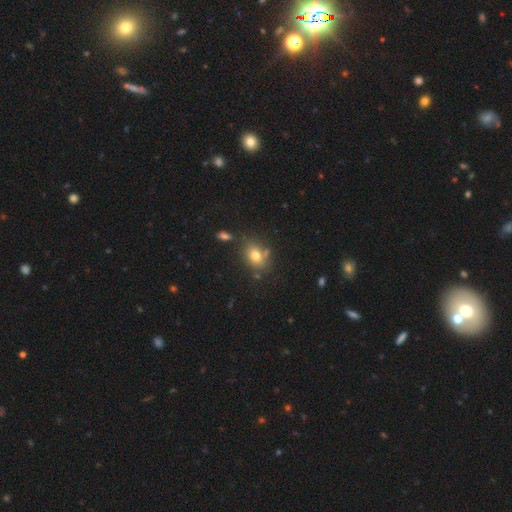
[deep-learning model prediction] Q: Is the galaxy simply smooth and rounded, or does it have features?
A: smooth — 74%.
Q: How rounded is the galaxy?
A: in between — 61%.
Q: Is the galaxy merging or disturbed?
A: none — 69%.